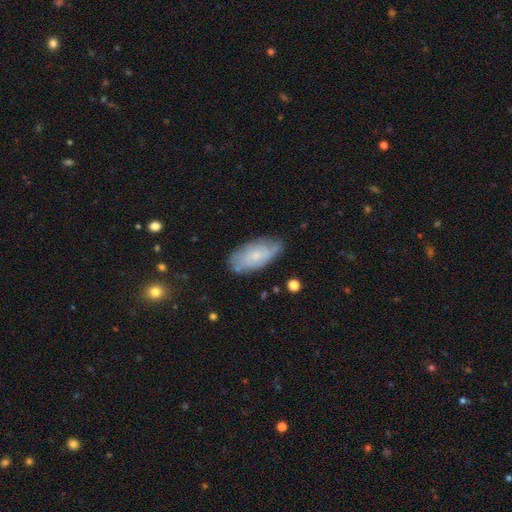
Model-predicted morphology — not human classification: This appears to be a smooth galaxy with no disk features (47%). Merging: none (67%).